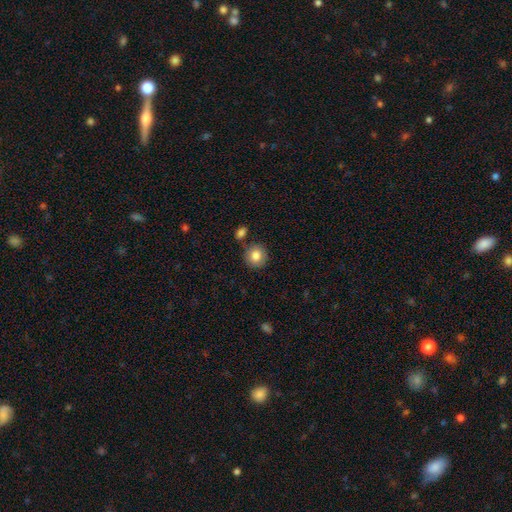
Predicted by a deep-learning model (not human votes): The model was most divided on "merging": none: 78%, minor disturbance: 11%, merger: 8%, major disturbance: 3%. More confident: how rounded — round (87%); smooth or featured — smooth (84%).